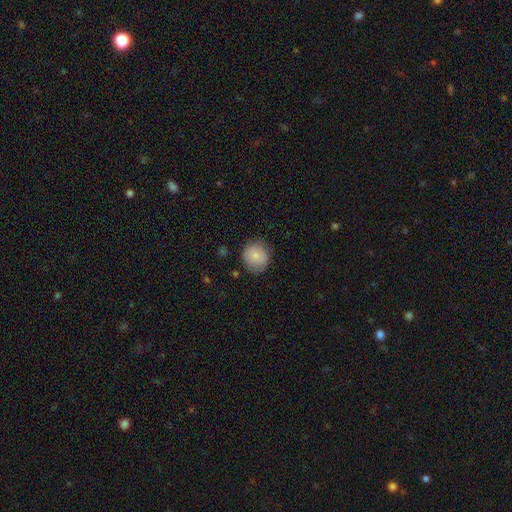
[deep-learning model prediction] Smooth or featured? Predicted: smooth (p=0.83). How rounded? Predicted: round (p=0.89). Merging? Predicted: none (p=0.79).